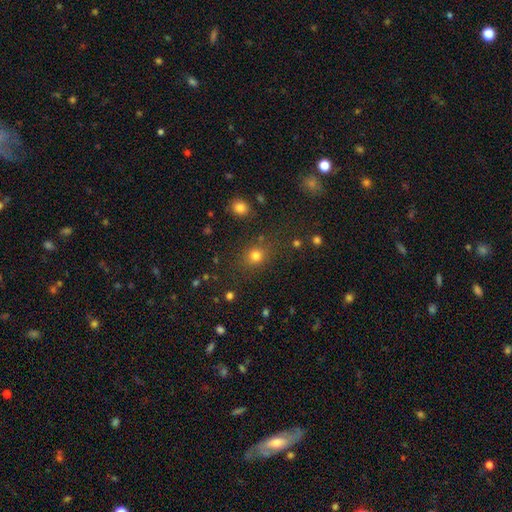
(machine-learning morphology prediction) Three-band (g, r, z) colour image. It shows a smooth galaxy with no disk features (77%) that is round (76%). Merging: none (80%).